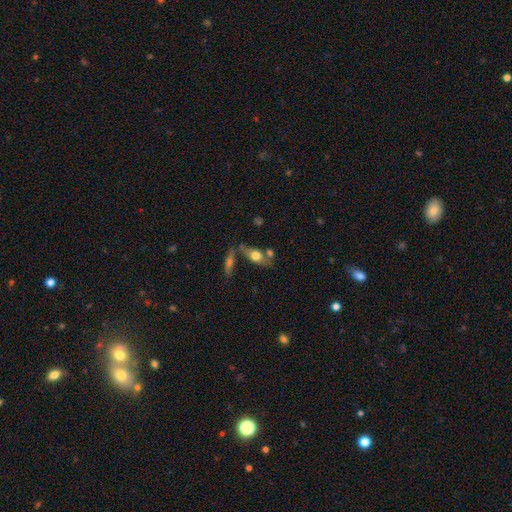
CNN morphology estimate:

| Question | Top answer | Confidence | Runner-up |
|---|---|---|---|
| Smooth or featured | smooth | 58% | featured or disk (34%) |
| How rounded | in between | 70% | cigar-shaped (20%) |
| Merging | none | 53% | merger (25%) |